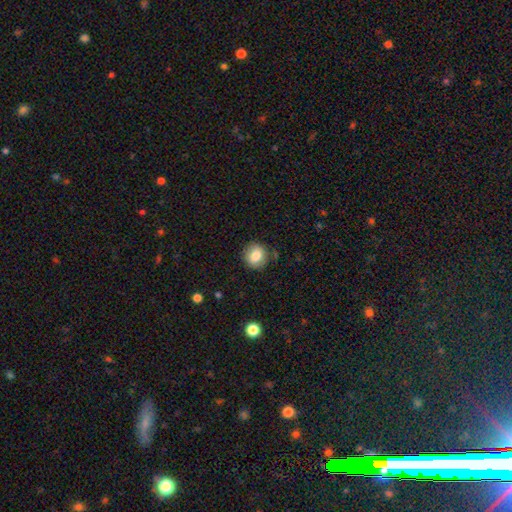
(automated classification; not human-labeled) Q: Smooth or featured?
A: smooth (82%); runner-up: featured or disk (9%)
Q: How rounded?
A: round (83%); runner-up: in between (16%)
Q: Merging?
A: none (85%); runner-up: minor disturbance (10%)